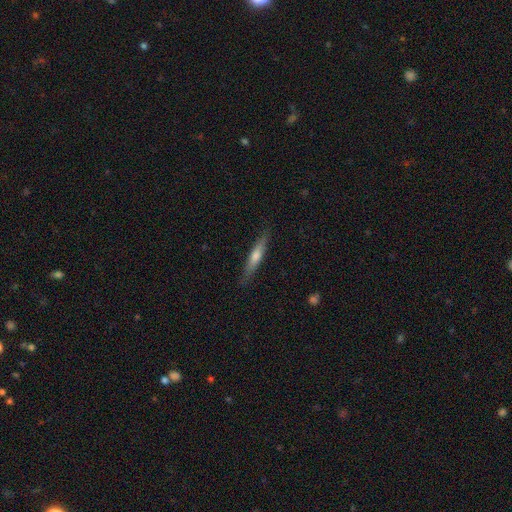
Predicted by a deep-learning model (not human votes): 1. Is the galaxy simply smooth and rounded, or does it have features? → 50% featured or disk, 44% smooth, 6% star or artifact.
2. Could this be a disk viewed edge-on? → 94% yes, 6% no.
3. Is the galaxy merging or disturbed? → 88% none, 9% minor disturbance, 2% major disturbance, 1% merger.